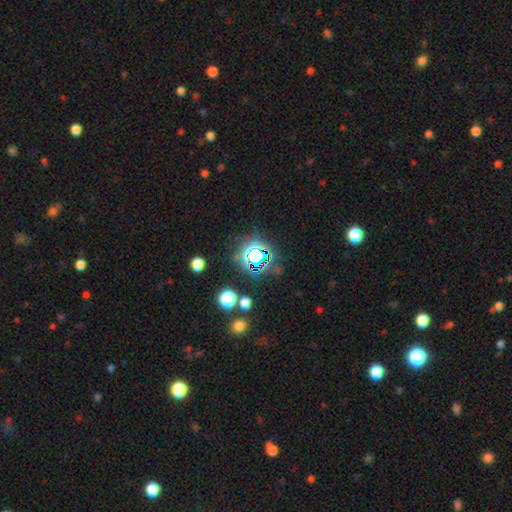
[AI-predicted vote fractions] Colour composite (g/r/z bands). It shows a star or artifact, not a galaxy (66%).